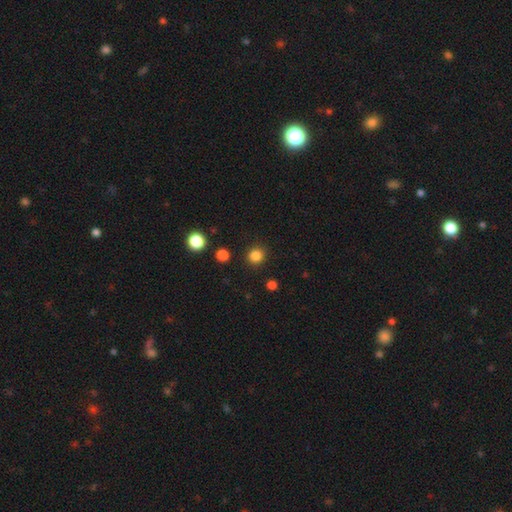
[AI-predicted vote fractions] Smooth or featured?
  - smooth: 84% *
  - star or artifact: 13%
  - featured or disk: 3%
How rounded?
  - round: 90% *
  - in between: 9%
  - cigar-shaped: 1%
Merging?
  - none: 90% *
  - minor disturbance: 6%
  - major disturbance: 2%
  - merger: 2%